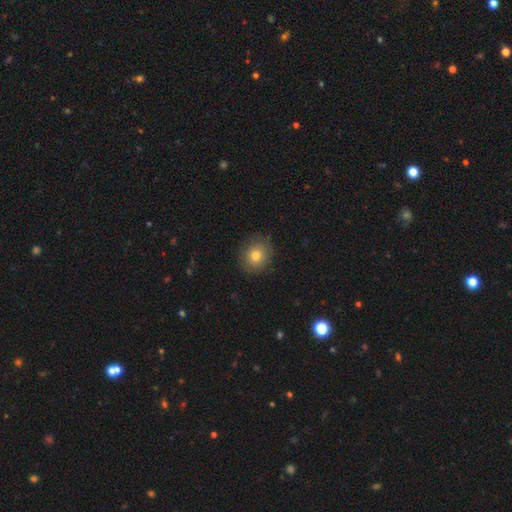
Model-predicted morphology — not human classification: Smooth or featured: smooth — 76% (featured or disk — 12%)
How rounded: round — 82% (in between — 17%)
Merging: none — 85% (minor disturbance — 11%)